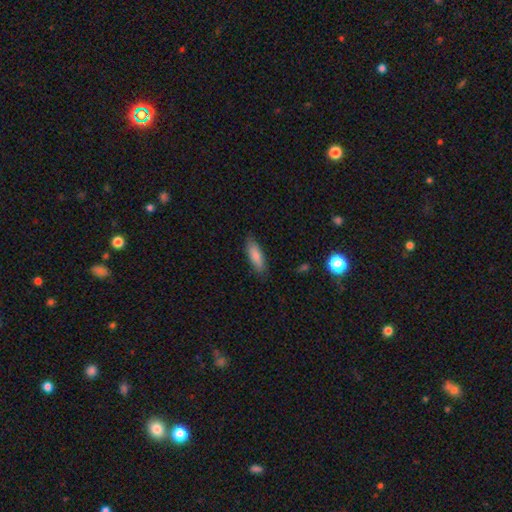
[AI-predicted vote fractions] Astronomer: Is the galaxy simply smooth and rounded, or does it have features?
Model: smooth — 84%.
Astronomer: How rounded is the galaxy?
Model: in between — 62%.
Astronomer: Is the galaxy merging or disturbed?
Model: none — 83%.